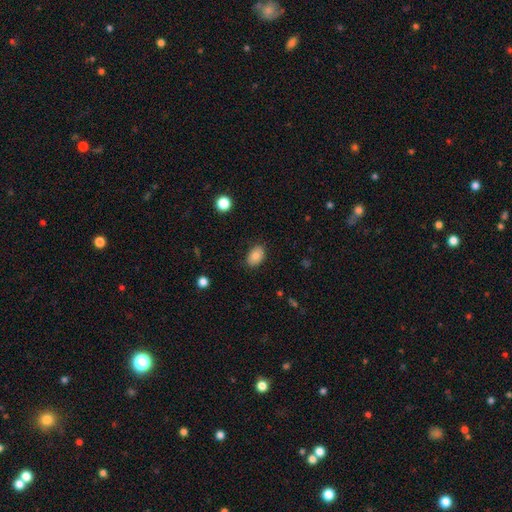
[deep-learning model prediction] Smooth or featured?
  - smooth: 85% *
  - star or artifact: 8%
  - featured or disk: 7%
How rounded?
  - in between: 87% *
  - round: 12%
  - cigar-shaped: 1%
Merging?
  - none: 83% *
  - minor disturbance: 13%
  - major disturbance: 3%
  - merger: 1%